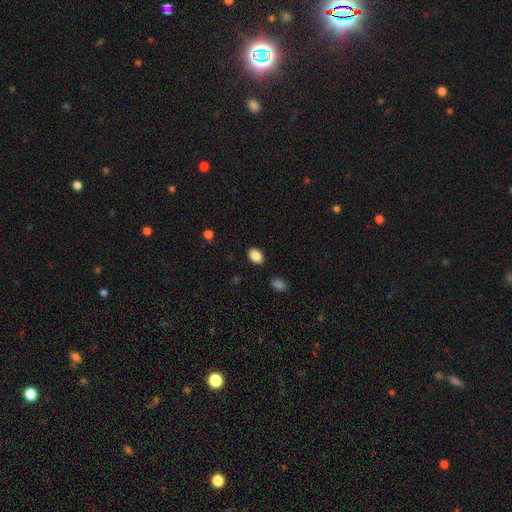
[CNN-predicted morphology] Smooth or featured? smooth (88%)
How rounded? in between (85%)
Merging? none (87%)